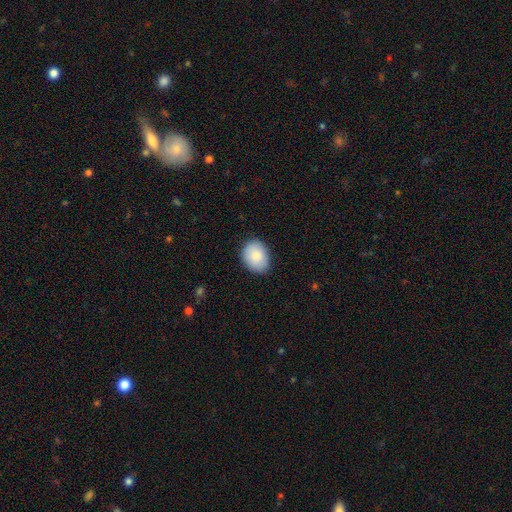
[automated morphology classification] Smooth or featured?
  - smooth: 86% *
  - featured or disk: 8%
  - star or artifact: 7%
How rounded?
  - in between: 61% *
  - round: 38%
  - cigar-shaped: 1%
Merging?
  - none: 85% *
  - minor disturbance: 11%
  - major disturbance: 2%
  - merger: 1%